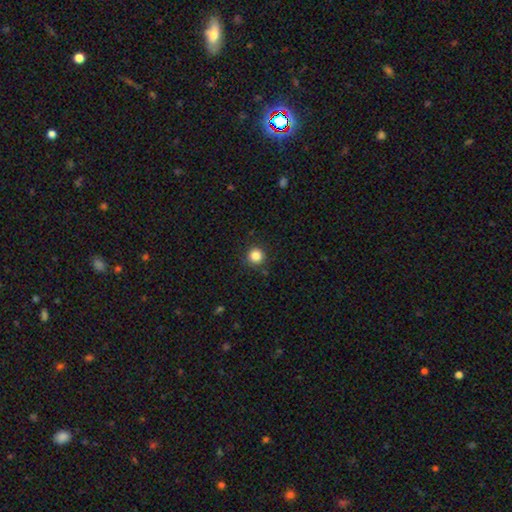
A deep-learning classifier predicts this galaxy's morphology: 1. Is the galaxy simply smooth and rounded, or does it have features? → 85% smooth, 11% star or artifact, 4% featured or disk.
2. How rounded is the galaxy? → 95% round, 4% in between, 1% cigar-shaped.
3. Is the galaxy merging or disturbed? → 90% none, 6% minor disturbance, 2% major disturbance, 1% merger.